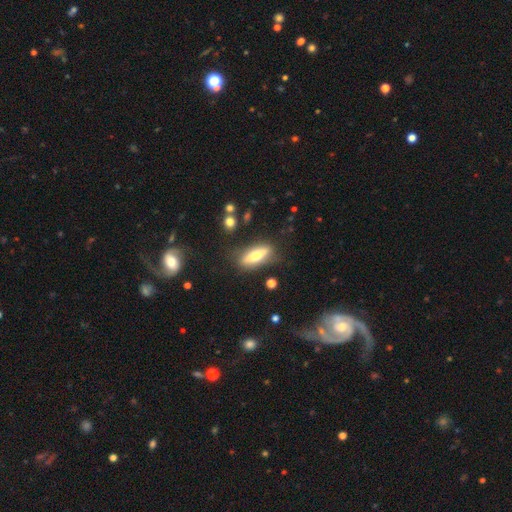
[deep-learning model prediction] Smooth or featured? smooth (52%)
How rounded? cigar-shaped (55%)
Merging? none (79%)